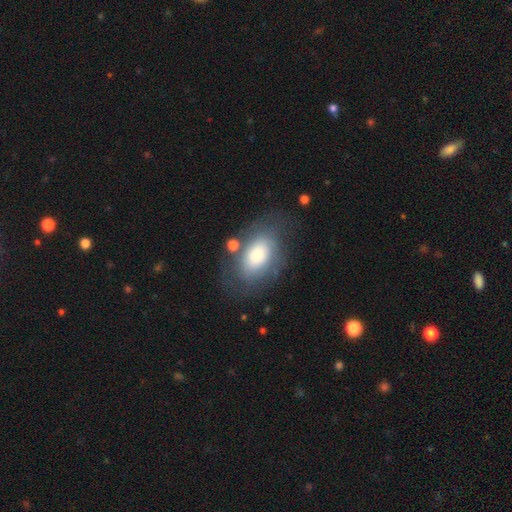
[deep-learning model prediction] smooth-or-featured: smooth: 60% | featured or disk: 32% | star or artifact: 8%
  how-rounded: in between: 88% | round: 11% | cigar-shaped: 2%
  merging: none: 64% | minor disturbance: 20% | major disturbance: 12% | merger: 4%